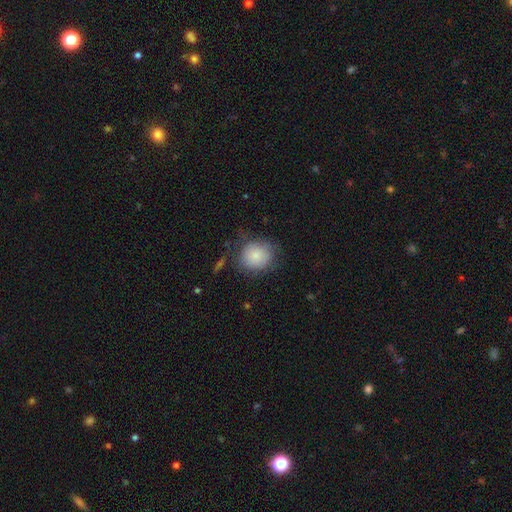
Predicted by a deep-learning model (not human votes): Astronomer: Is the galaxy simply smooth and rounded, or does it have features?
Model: smooth — 81%.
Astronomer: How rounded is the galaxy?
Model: round — 81%.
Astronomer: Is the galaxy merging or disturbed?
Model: none — 65%.